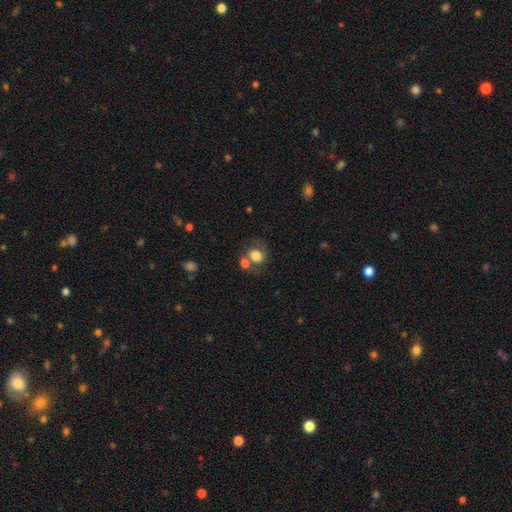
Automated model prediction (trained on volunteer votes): Smooth or featured? Predicted: smooth (p=0.67). How rounded? Predicted: round (p=0.59). Merging? Predicted: none (p=0.42).